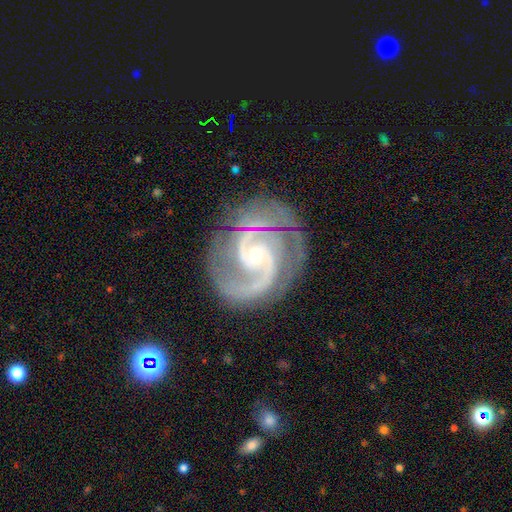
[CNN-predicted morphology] Q: Smooth or featured?
A: featured or disk (93%); runner-up: star or artifact (5%)
Q: Edge-on disk?
A: no (98%); runner-up: yes (2%)
Q: Bar?
A: no (58%); runner-up: weak (32%)
Q: Spiral arms?
A: yes (99%); runner-up: no (1%)
Q: Spiral winding?
A: medium (50%); runner-up: tight (43%)
Q: Spiral arm count?
A: 2 (74%); runner-up: 3 (12%)
Q: Bulge size?
A: small (63%); runner-up: moderate (34%)
Q: Merging?
A: none (76%); runner-up: minor disturbance (15%)